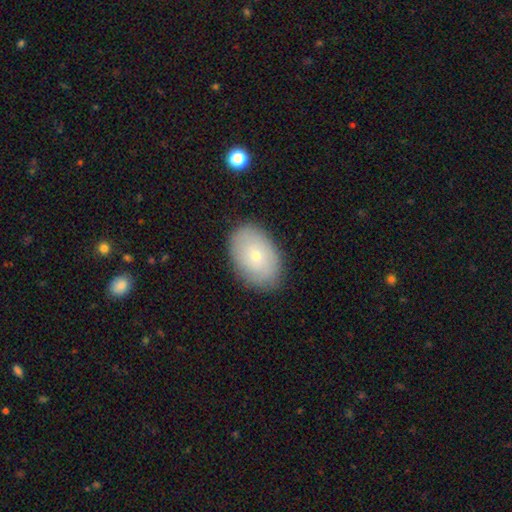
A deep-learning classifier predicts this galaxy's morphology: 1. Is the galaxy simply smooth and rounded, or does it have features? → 62% smooth, 30% featured or disk, 8% star or artifact.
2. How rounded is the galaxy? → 86% in between, 13% round, 1% cigar-shaped.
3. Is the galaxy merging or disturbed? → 84% none, 12% minor disturbance, 3% major disturbance, 1% merger.